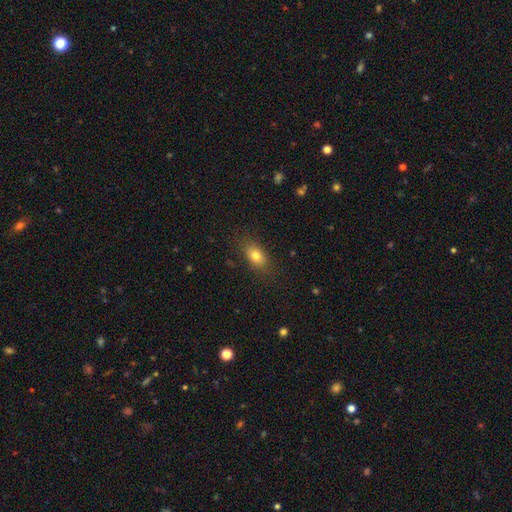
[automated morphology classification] Overall: smooth (79%). How rounded: in between (83%). Merging: none (82%).